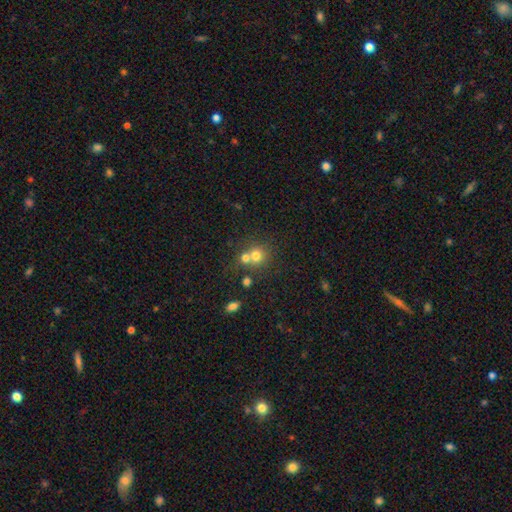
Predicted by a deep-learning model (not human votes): Smooth or featured: smooth — 71% (star or artifact — 15%)
How rounded: round — 84% (in between — 15%)
Merging: merger — 48% (none — 42%)